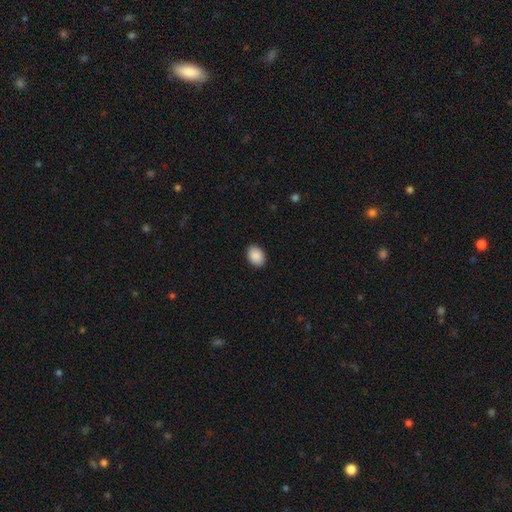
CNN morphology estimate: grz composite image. It shows a smooth galaxy with no disk features (90%) that is in between round and cigar-shaped (76%). Merging: none (91%).